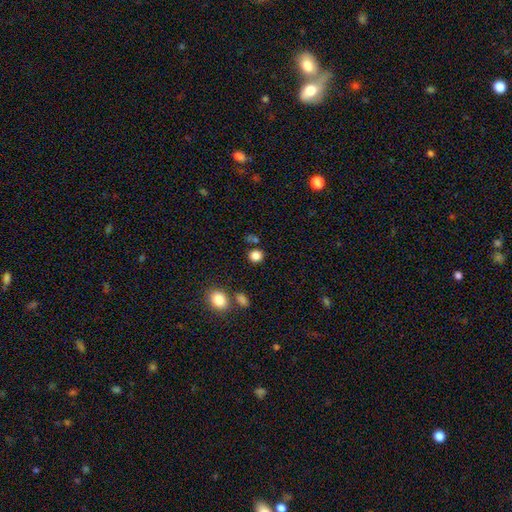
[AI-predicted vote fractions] Smooth or featured? Predicted: smooth (p=0.83). How rounded? Predicted: round (p=0.84). Merging? Predicted: none (p=0.80).